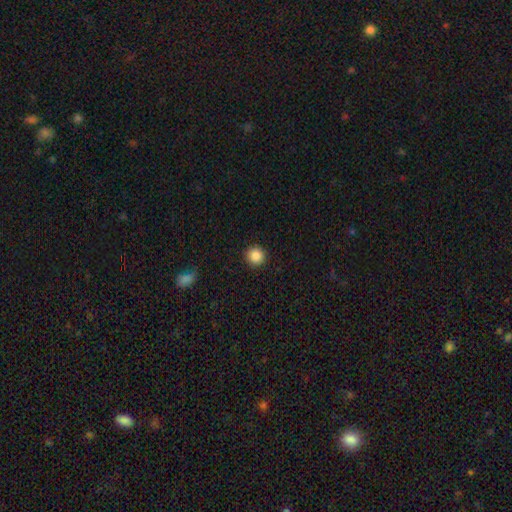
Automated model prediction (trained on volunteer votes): This appears to be a smooth galaxy with no disk features (88%) that is round (93%). Merging: none (92%).